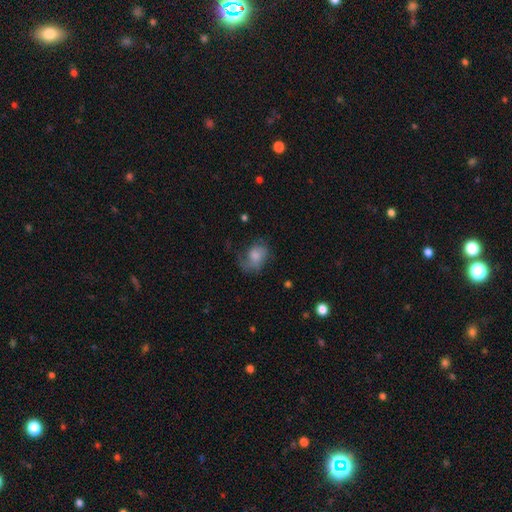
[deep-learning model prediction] This is possibly a smooth galaxy (55%). How rounded: possibly in between (59%). Merging: marginally none (39%).